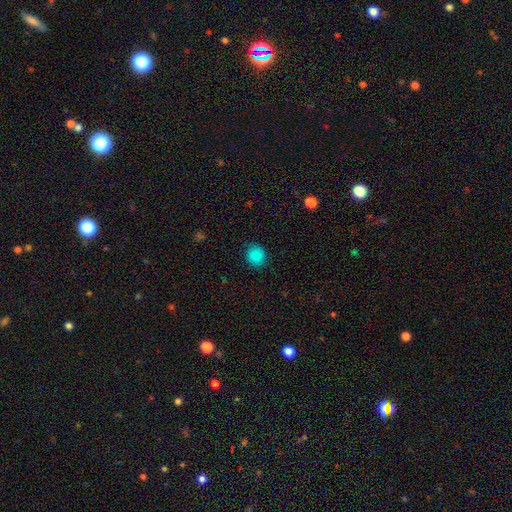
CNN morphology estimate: A smooth galaxy with no disk features (86%) that is round (80%).

Vote fractions:
- Smooth or featured? smooth: 86% / star or artifact: 11% / featured or disk: 3%
- How rounded? round: 80% / in between: 19% / cigar-shaped: 1%
- Merging? none: 86% / minor disturbance: 10% / major disturbance: 3% / merger: 1%